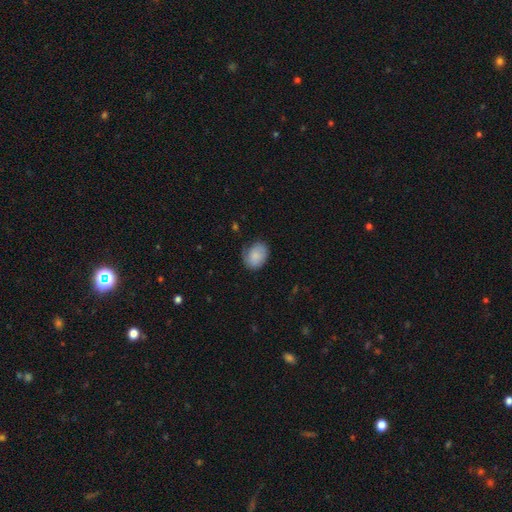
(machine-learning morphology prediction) The model was most divided on "how rounded": in between: 60%, round: 39%, cigar-shaped: 1%. More confident: smooth or featured — smooth (79%); merging — none (62%).